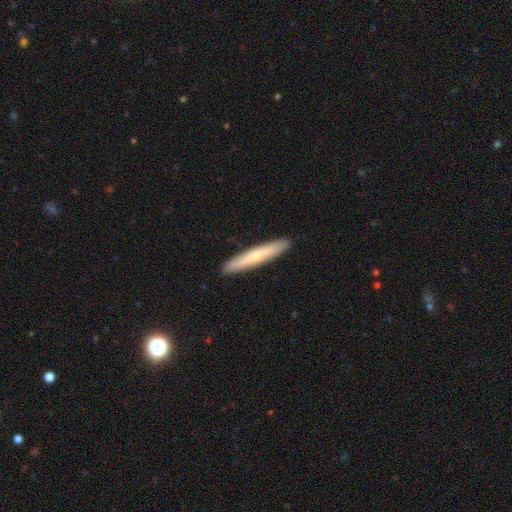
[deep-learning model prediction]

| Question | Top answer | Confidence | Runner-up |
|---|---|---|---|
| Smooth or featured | smooth | 57% | featured or disk (38%) |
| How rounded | cigar-shaped | 94% | in between (5%) |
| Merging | none | 92% | minor disturbance (6%) |